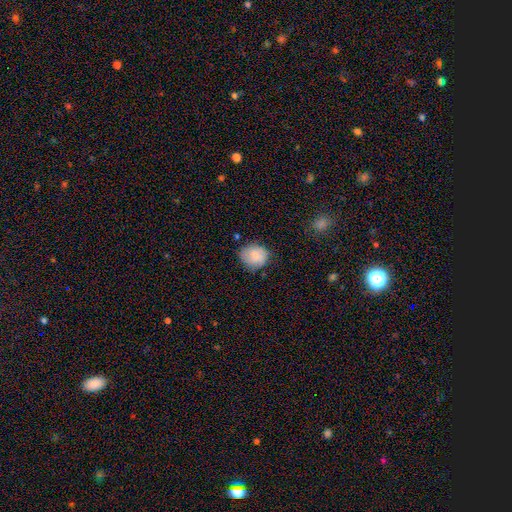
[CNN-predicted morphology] Smooth or featured? smooth (83%)
How rounded? round (68%)
Merging? none (70%)